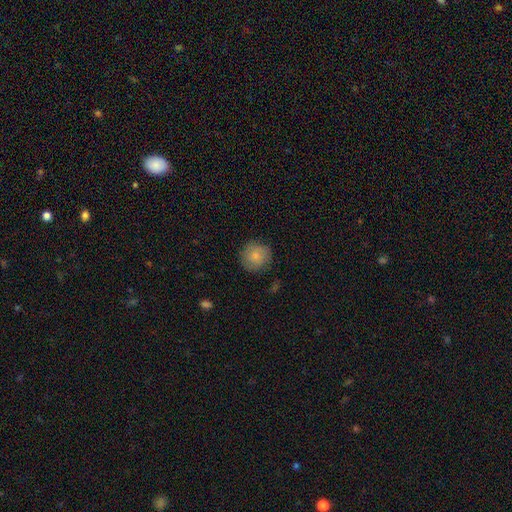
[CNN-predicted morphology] This appears to be a smooth galaxy with no disk features (74%) that is round (92%). Merging: none (82%).